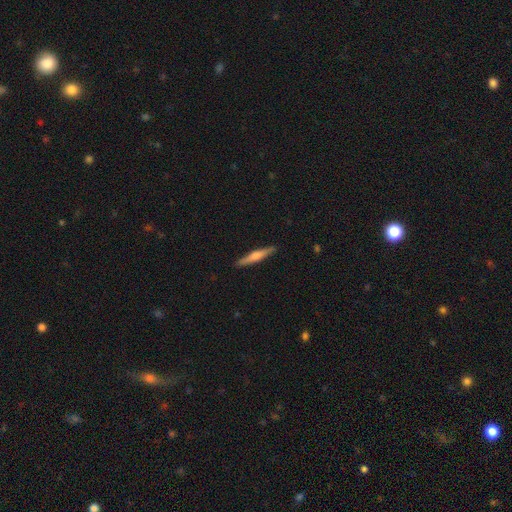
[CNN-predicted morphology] type=featured or disk (53%); edge-on=yes (97%); edge-on bulge=rounded (76%); merging=none (91%).